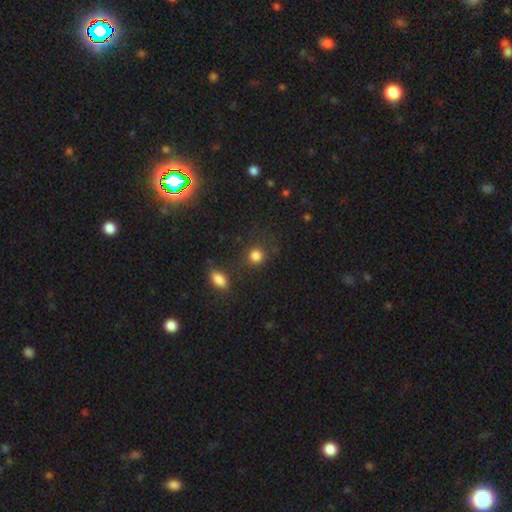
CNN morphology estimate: smooth-or-featured: smooth: 83% | star or artifact: 12% | featured or disk: 5%
  how-rounded: round: 83% | in between: 16% | cigar-shaped: 1%
  merging: none: 75% | minor disturbance: 13% | merger: 7% | major disturbance: 6%